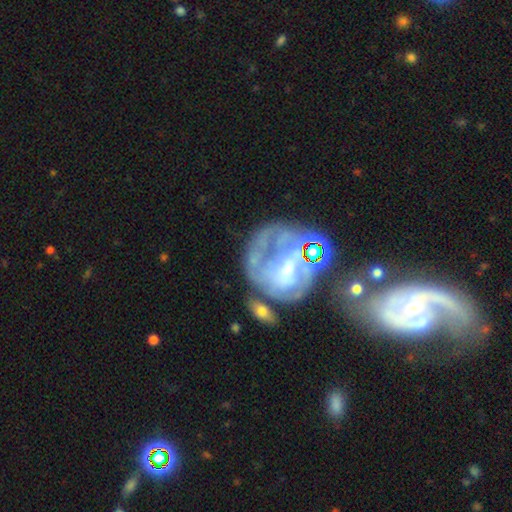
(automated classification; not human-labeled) A featured or disk galaxy (64%) with no bar (64%), spiral arms (50%, tied with no) and a small central bulge (50%).

Vote fractions:
- Smooth or featured? featured or disk: 64% / smooth: 22% / star or artifact: 14%
- Edge-on disk? no: 97% / yes: 3%
- Bar? no: 64% / weak: 27% / strong: 9%
- Spiral arms? yes: 50% (tied) / no: 50% (tied)
- Bulge size? small: 50% / moderate: 26% / none: 18% / large: 4% / dominant: 2%
- Merging? none: 32% (tied) / major disturbance: 32% (tied) / minor disturbance: 18% / merger: 17%